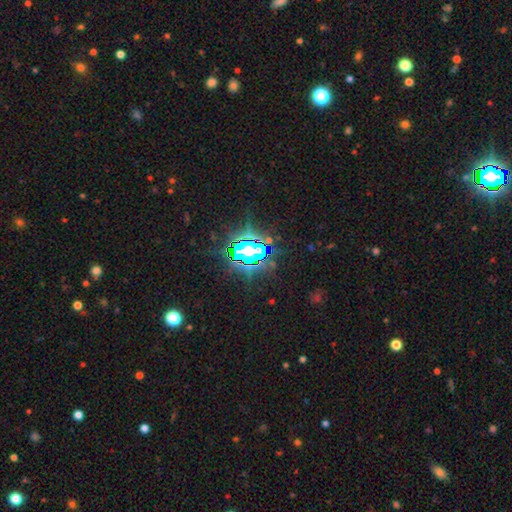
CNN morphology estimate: Overall: star or artifact (81%).